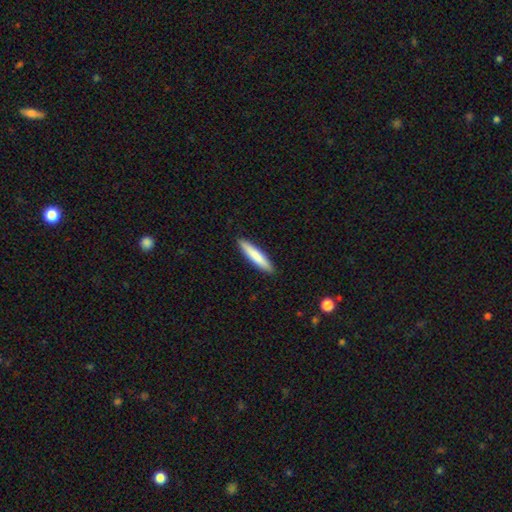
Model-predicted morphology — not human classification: Smooth or featured? smooth (80%)
How rounded? cigar-shaped (88%)
Merging? none (90%)